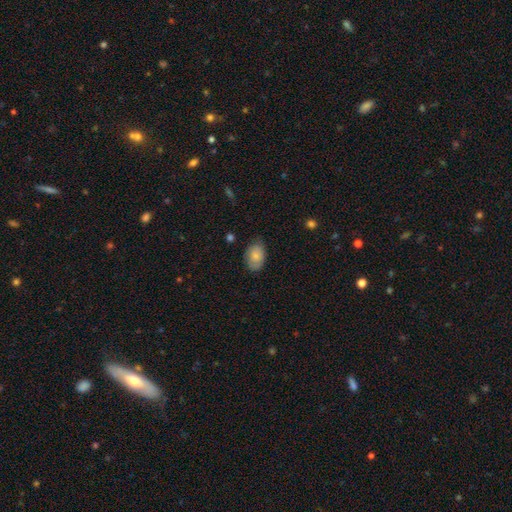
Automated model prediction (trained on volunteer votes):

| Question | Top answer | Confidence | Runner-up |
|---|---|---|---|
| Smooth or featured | smooth | 80% | featured or disk (13%) |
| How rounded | in between | 87% | round (11%) |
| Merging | none | 72% | minor disturbance (22%) |